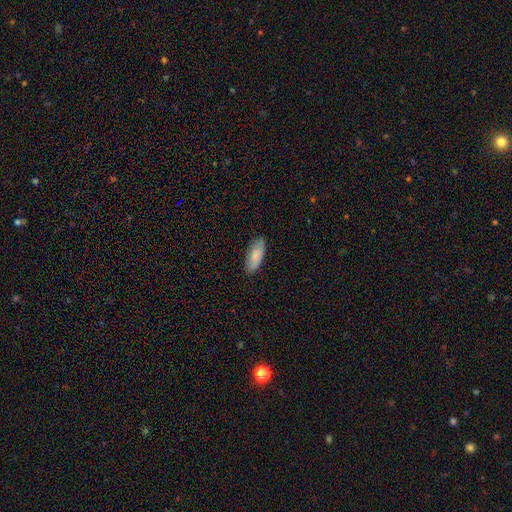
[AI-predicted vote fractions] This appears to be a smooth galaxy with no disk features (83%) that is in between round and cigar-shaped (82%). Merging: none (82%).